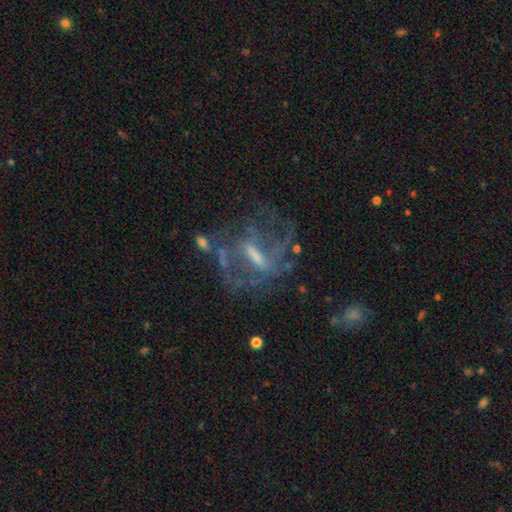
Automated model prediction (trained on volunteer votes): Smooth or featured: featured or disk — 81% (star or artifact — 10%)
Edge-on disk: no — 92% (yes — 8%)
Bar: strong — 52% (weak — 36%)
Spiral arms: yes — 82% (no — 18%)
Spiral winding: medium — 45% (loose — 33%)
Spiral arm count: 2 — 46% (can't tell — 27%)
Bulge size: moderate — 36% (small — 34%)
Merging: none — 49% (major disturbance — 28%)